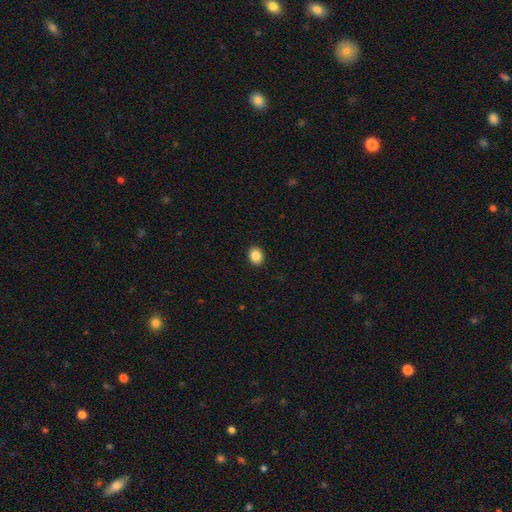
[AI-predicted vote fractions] Morphology: type=smooth (86%); roundness=in between (51%); merging=none (91%).